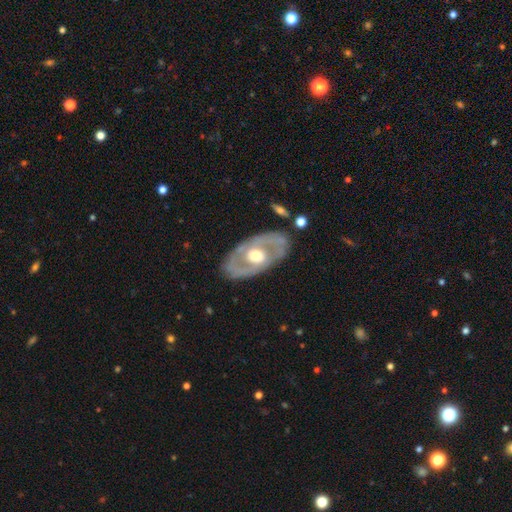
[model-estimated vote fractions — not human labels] Q: Smooth or featured?
A: featured or disk (75%); runner-up: smooth (21%)
Q: Edge-on disk?
A: no (91%); runner-up: yes (9%)
Q: Bar?
A: no (71%); runner-up: weak (22%)
Q: Spiral arms?
A: no (53%); runner-up: yes (47%)
Q: Bulge size?
A: moderate (70%); runner-up: large (17%)
Q: Merging?
A: none (80%); runner-up: minor disturbance (13%)